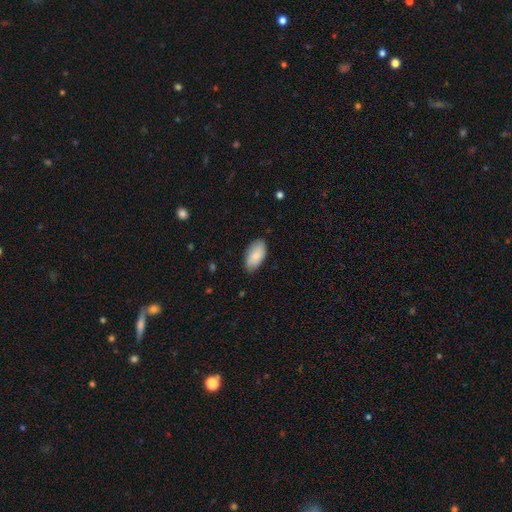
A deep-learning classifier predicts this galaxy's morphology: Q: Smooth or featured?
A: smooth (81%); runner-up: featured or disk (13%)
Q: How rounded?
A: in between (95%); runner-up: round (3%)
Q: Merging?
A: none (81%); runner-up: minor disturbance (15%)